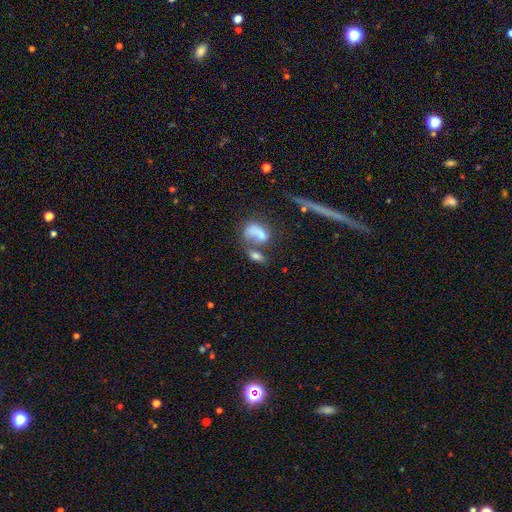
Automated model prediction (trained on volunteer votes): Q: Smooth or featured?
A: smooth (68%); runner-up: featured or disk (19%)
Q: How rounded?
A: in between (76%); runner-up: round (15%)
Q: Merging?
A: merger (46%); runner-up: none (32%)